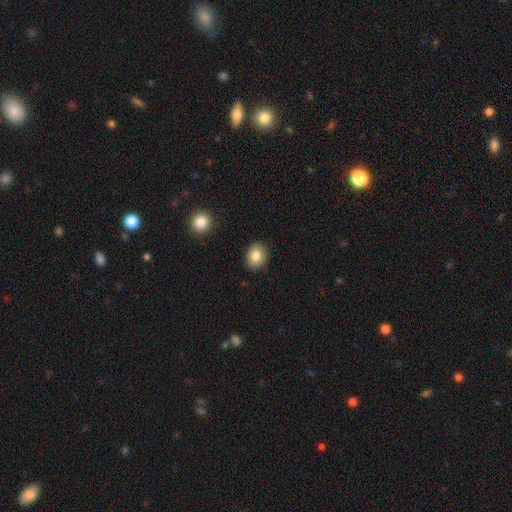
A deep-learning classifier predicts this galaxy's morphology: Smooth or featured?
  - smooth: 83% *
  - star or artifact: 9%
  - featured or disk: 8%
How rounded?
  - round: 56% *
  - in between: 43%
  - cigar-shaped: 1%
Merging?
  - none: 89% *
  - minor disturbance: 8%
  - major disturbance: 2%
  - merger: 1%